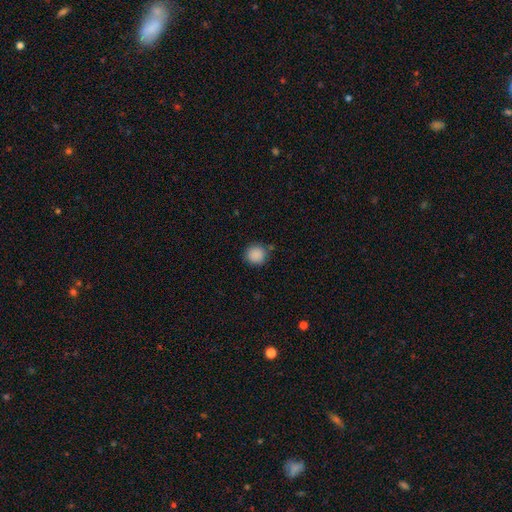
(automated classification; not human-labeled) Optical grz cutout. It shows a smooth galaxy with no disk features (89%) that is round (92%). Merging: none (83%).